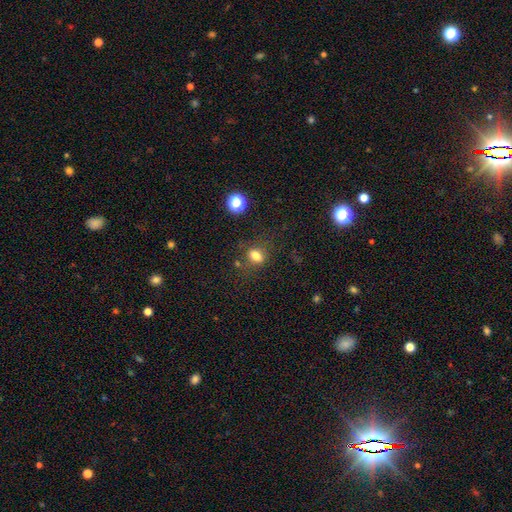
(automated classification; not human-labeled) Q: Smooth or featured?
A: smooth (75%); runner-up: star or artifact (16%)
Q: How rounded?
A: in between (63%); runner-up: round (35%)
Q: Merging?
A: none (73%); runner-up: minor disturbance (16%)